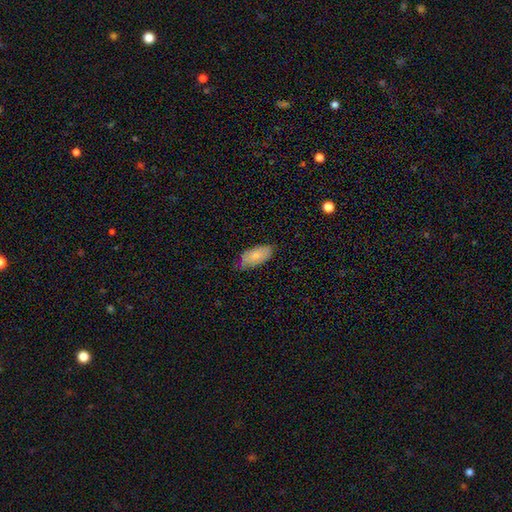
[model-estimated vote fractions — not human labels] Smooth or featured?
  - smooth: 78% *
  - featured or disk: 15%
  - star or artifact: 6%
How rounded?
  - in between: 92% *
  - cigar-shaped: 6%
  - round: 2%
Merging?
  - none: 64% *
  - minor disturbance: 30%
  - major disturbance: 5%
  - merger: 1%